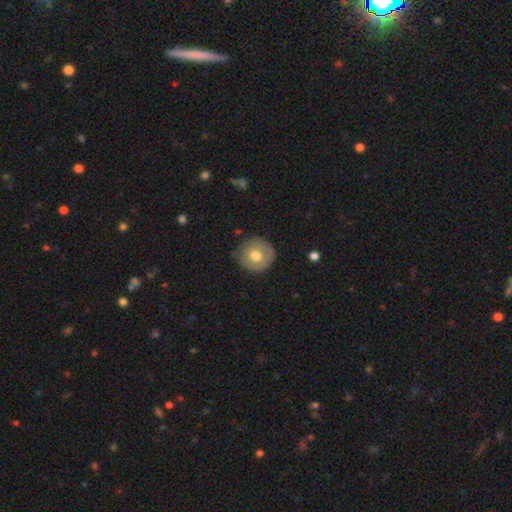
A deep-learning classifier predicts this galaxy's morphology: smooth 65%, featured or disk 27%, star or artifact 7%. Down the decision tree: how rounded — round (92%); merging — none (81%).